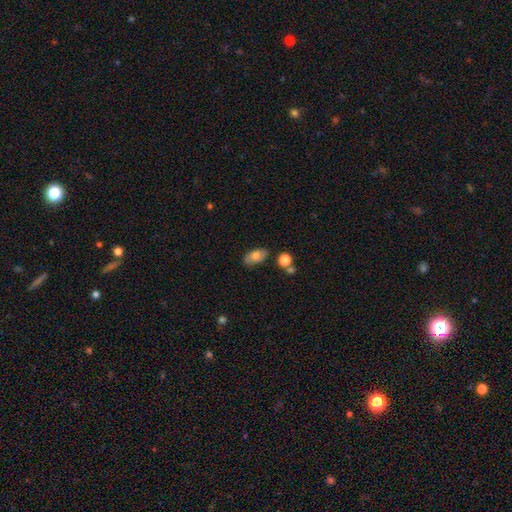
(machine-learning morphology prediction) Smooth or featured? Predicted: smooth (p=0.70). How rounded? Predicted: in between (p=0.92). Merging? Predicted: none (p=0.78).